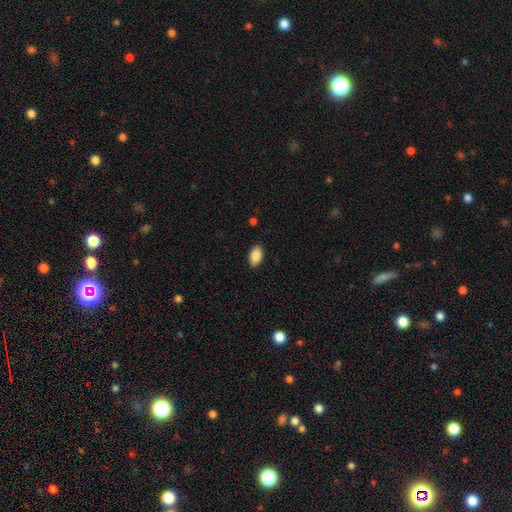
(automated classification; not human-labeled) Smooth or featured? Predicted: smooth (p=0.88). How rounded? Predicted: in between (p=0.94). Merging? Predicted: none (p=0.88).